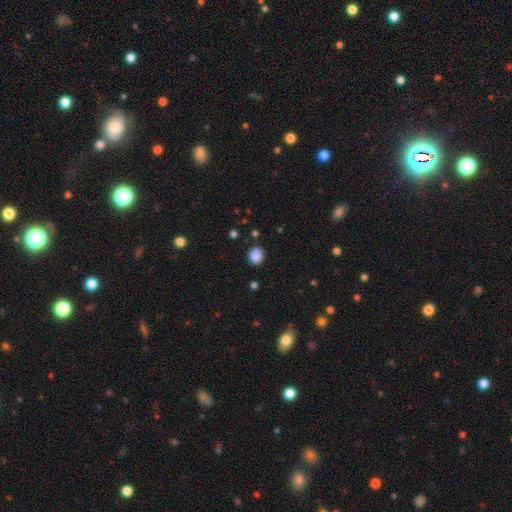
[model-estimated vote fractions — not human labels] Q: Smooth or featured?
A: smooth (87%); runner-up: star or artifact (10%)
Q: How rounded?
A: round (79%); runner-up: in between (20%)
Q: Merging?
A: none (87%); runner-up: minor disturbance (9%)